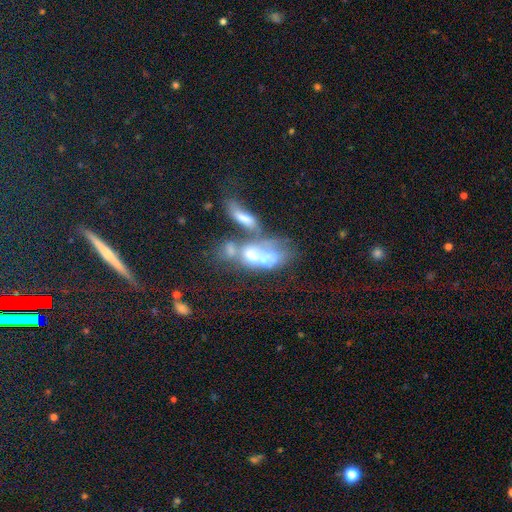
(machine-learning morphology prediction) This is possibly a featured or disk galaxy (49%). Merging: likely merger (63%).